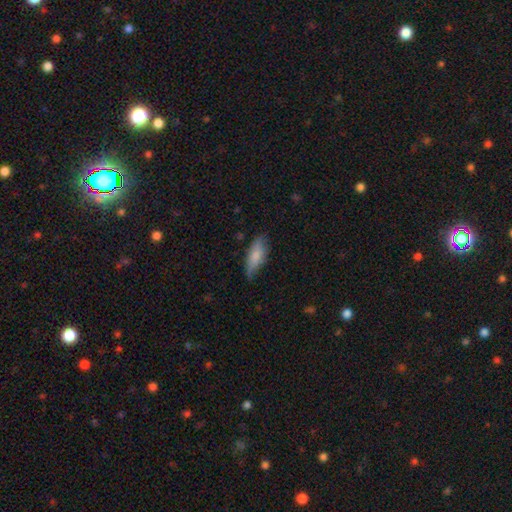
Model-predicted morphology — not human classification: Smooth or featured? Predicted: smooth (p=0.77). How rounded? Predicted: in between (p=0.72). Merging? Predicted: none (p=0.55).